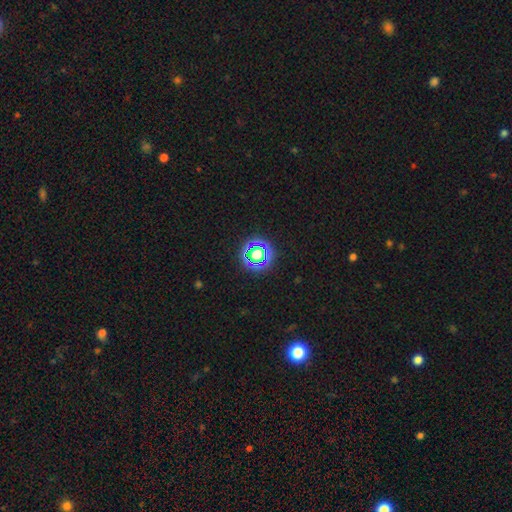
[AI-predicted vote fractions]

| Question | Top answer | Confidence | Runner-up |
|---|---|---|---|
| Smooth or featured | star or artifact | 50% | smooth (38%) |